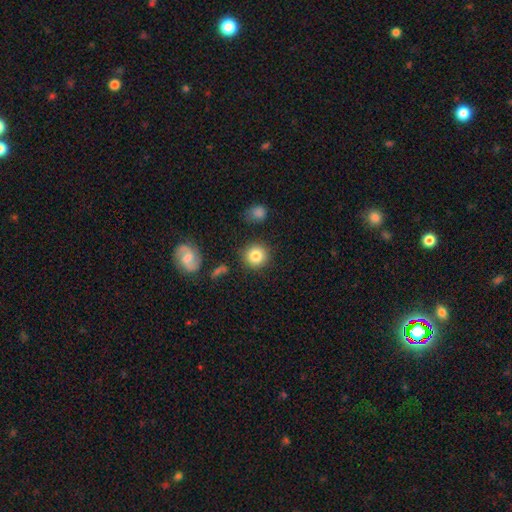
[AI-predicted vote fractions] This appears to be a smooth galaxy with no disk features (83%) that is round (92%). Merging: none (86%).